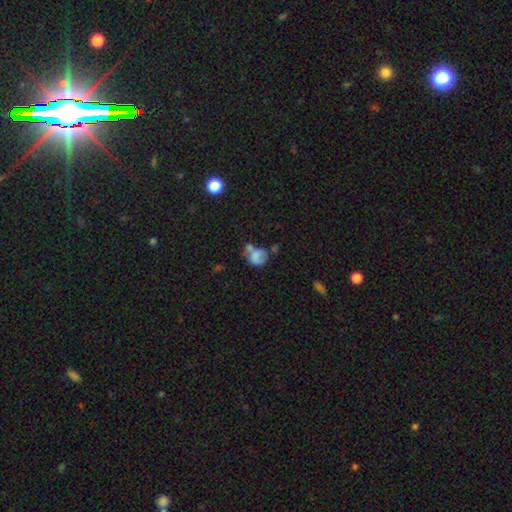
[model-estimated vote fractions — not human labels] A smooth galaxy with no disk features (67%) that is round (53%).

Vote fractions:
- Smooth or featured? smooth: 67% / featured or disk: 21% / star or artifact: 12%
- How rounded? round: 53% / in between: 46% / cigar-shaped: 1%
- Merging? merger: 34% / none: 28% / minor disturbance: 22% / major disturbance: 16%